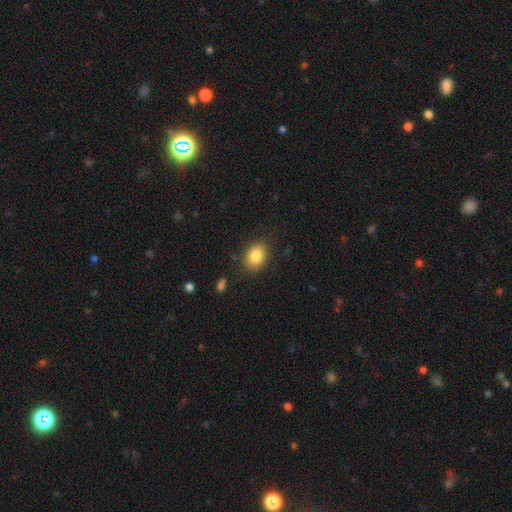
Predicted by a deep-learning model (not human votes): Overall: smooth (84%). How rounded: in between (65%; round 34%). Merging: none (83%).